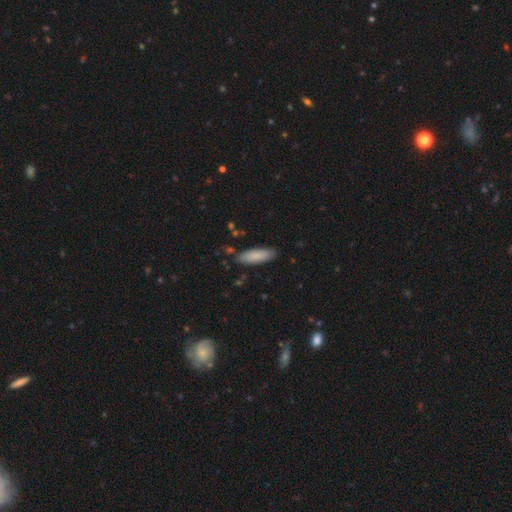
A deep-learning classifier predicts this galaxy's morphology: smooth 85%, featured or disk 9%, star or artifact 6%. Down the decision tree: how rounded — in between (49%, tied with cigar-shaped); merging — none (86%).